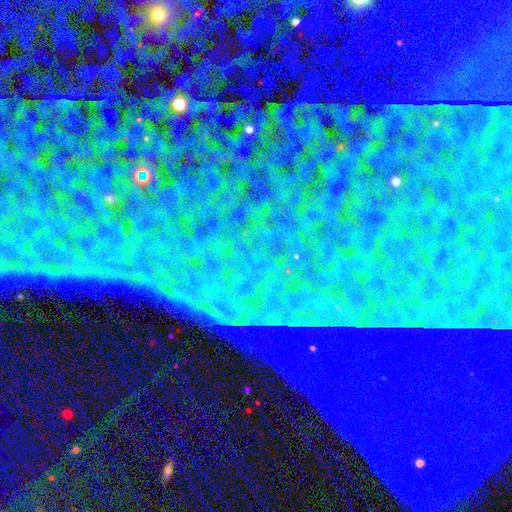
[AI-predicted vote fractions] star or artifact 85%, smooth 8%, featured or disk 7%.